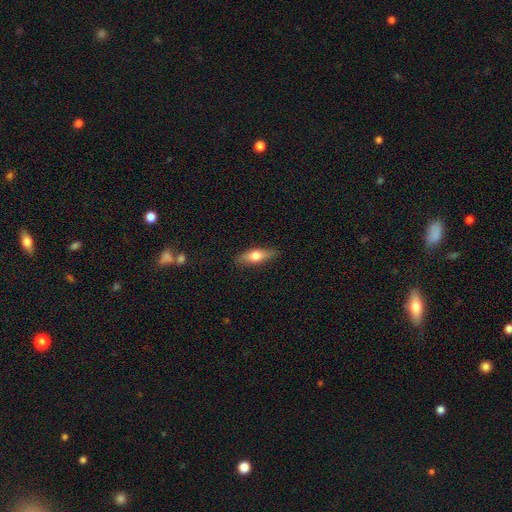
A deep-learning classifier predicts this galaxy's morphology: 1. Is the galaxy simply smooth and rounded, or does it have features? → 63% smooth, 31% featured or disk, 6% star or artifact.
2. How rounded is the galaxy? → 55% in between, 42% cigar-shaped, 3% round.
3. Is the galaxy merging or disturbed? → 86% none, 11% minor disturbance, 2% major disturbance, 1% merger.